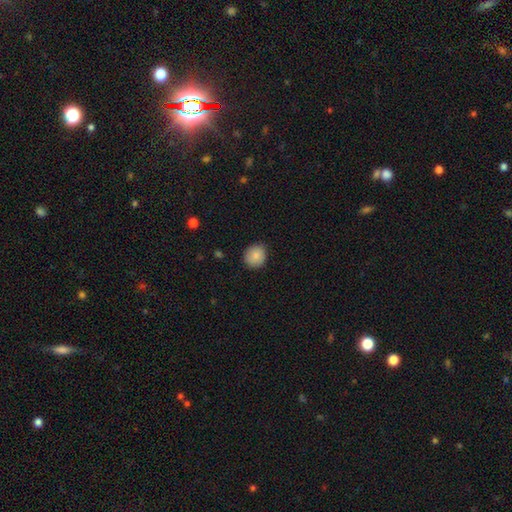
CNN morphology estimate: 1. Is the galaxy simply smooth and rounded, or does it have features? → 86% smooth, 8% star or artifact, 6% featured or disk.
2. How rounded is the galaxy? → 86% round, 13% in between, 1% cigar-shaped.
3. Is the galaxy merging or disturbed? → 86% none, 11% minor disturbance, 2% major disturbance, 1% merger.